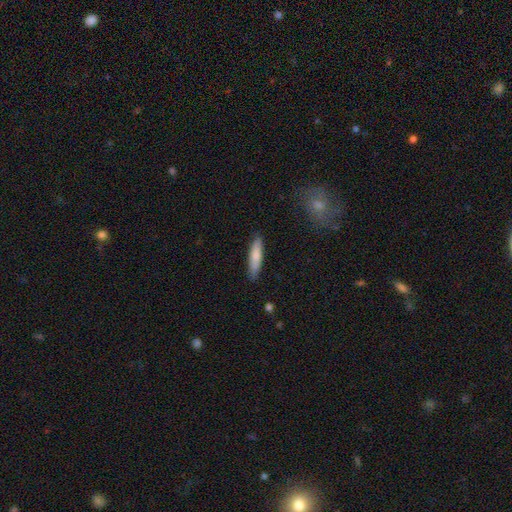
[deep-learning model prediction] Q: Smooth or featured?
A: smooth (81%); runner-up: featured or disk (13%)
Q: How rounded?
A: cigar-shaped (78%); runner-up: in between (21%)
Q: Merging?
A: none (87%); runner-up: minor disturbance (10%)